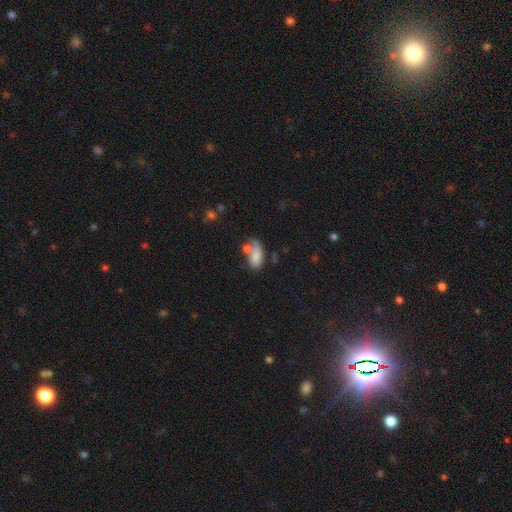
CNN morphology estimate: Smooth or featured? Predicted: smooth (p=0.75). How rounded? Predicted: in between (p=0.90). Merging? Predicted: none (p=0.35).